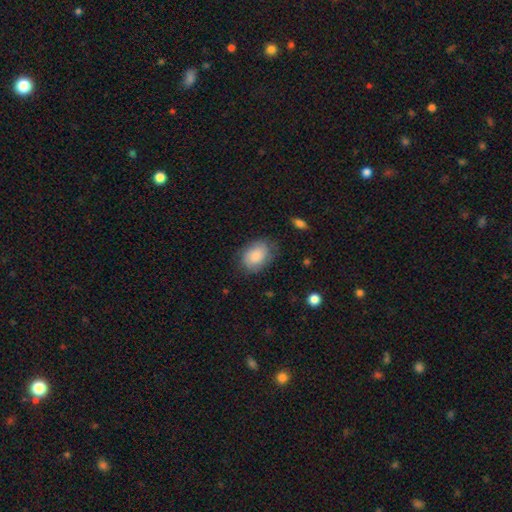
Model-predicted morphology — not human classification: Overall: smooth (82%). How rounded: in between (76%). Merging: none (70%).